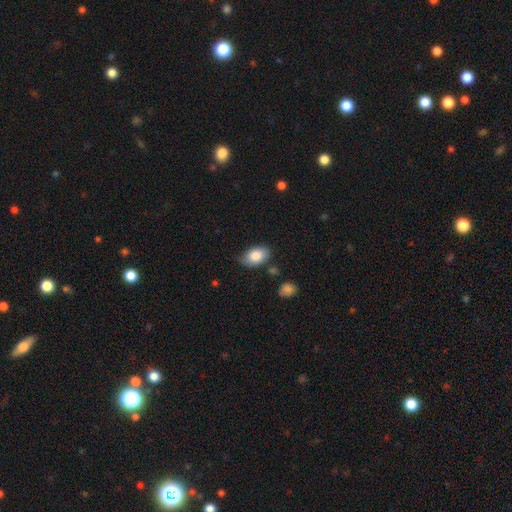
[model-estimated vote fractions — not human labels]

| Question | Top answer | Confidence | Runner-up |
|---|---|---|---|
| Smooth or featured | smooth | 83% | featured or disk (10%) |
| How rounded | in between | 90% | round (8%) |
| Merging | none | 70% | minor disturbance (22%) |